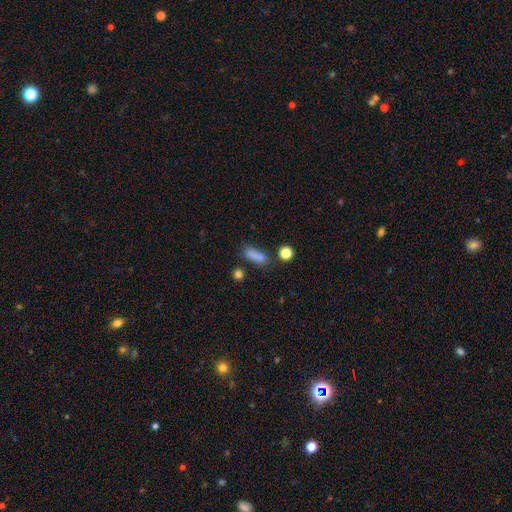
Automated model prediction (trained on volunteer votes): Overall: smooth (77%). How rounded: in between (55%; cigar-shaped 36%). Merging: none (59%).